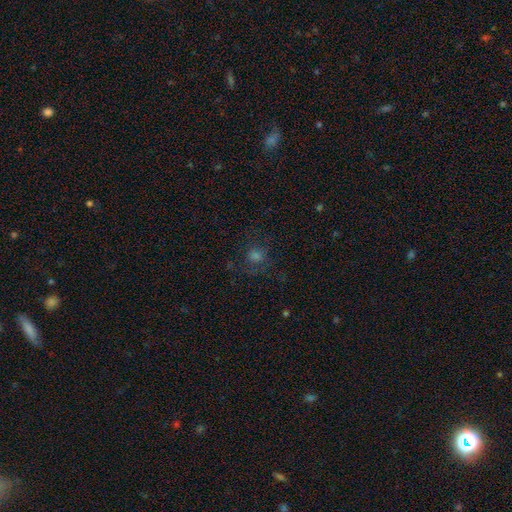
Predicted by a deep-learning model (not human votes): Morphology: type=smooth (48%); merging=none (66%).